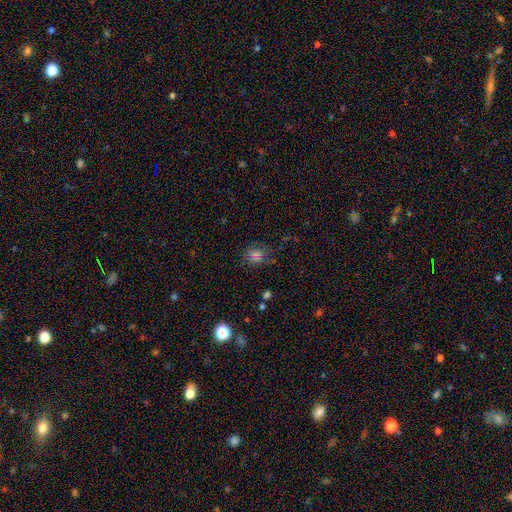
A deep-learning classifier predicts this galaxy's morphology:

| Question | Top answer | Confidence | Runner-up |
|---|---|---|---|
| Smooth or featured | smooth | 56% | star or artifact (32%) |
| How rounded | round | 66% | in between (33%) |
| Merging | none | 67% | minor disturbance (19%) |